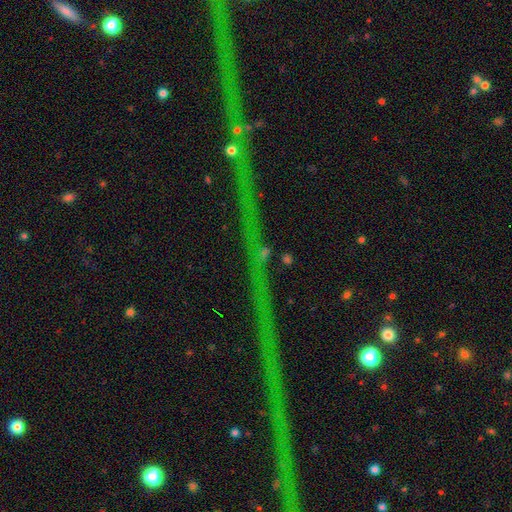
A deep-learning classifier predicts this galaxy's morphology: Smooth or featured? Predicted: star or artifact (p=0.81).